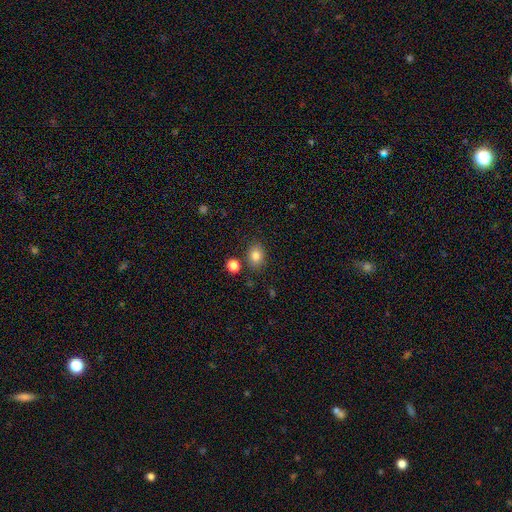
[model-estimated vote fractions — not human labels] smooth 82%, star or artifact 11%, featured or disk 7%. Down the decision tree: how rounded — in between (53%); merging — none (82%).